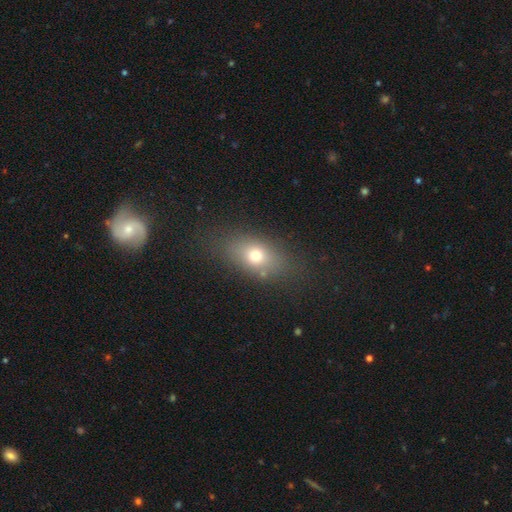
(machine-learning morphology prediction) A smooth galaxy with no disk features (70%) that is in between round and cigar-shaped (72%). Merging: none (77%).